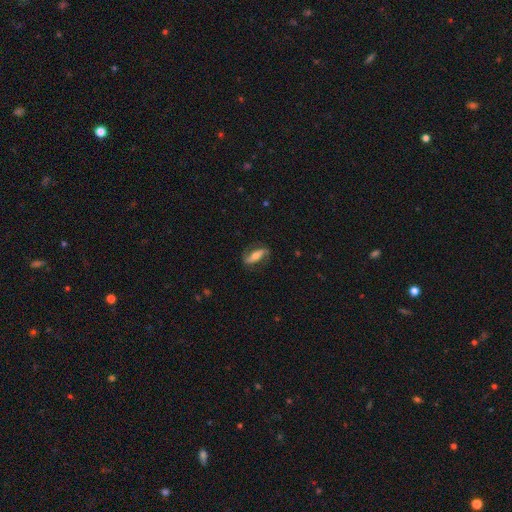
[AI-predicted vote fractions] This appears to be a featured or disk galaxy (69%) with a strong bar (52%), spiral arms (83%) and a moderate central bulge (59%). Merging: none (79%).